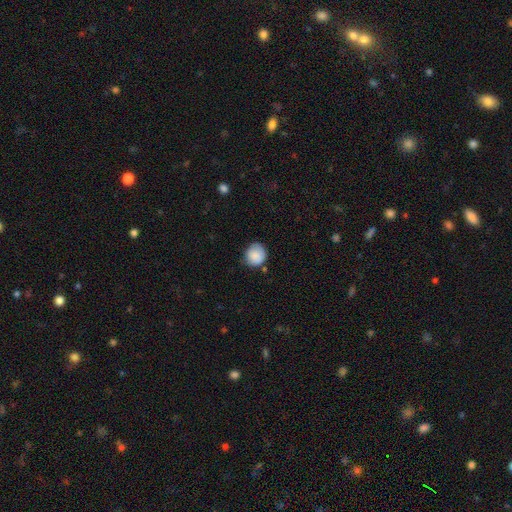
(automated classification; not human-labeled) A smooth galaxy with no disk features (85%) that is round (85%). Merging: none (68%).